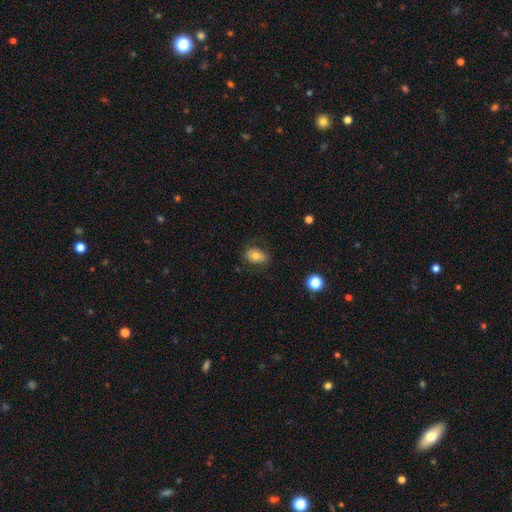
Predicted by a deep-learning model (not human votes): smooth_or_featured: smooth (p=0.72) [alt: featured or disk p=0.19]
how_rounded: in between (p=0.85) [alt: round p=0.14]
merging: none (p=0.74) [alt: minor disturbance p=0.18]